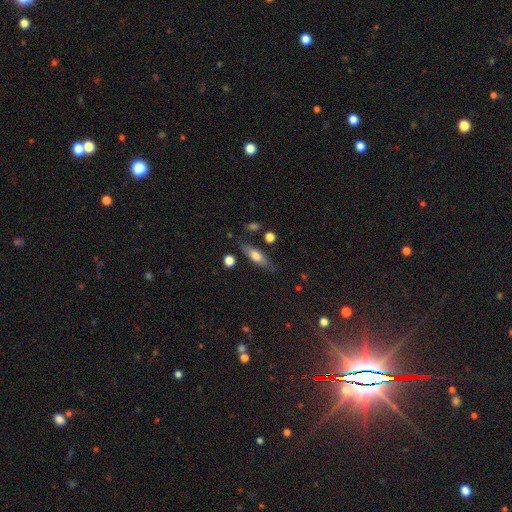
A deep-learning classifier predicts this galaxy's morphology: This is likely a smooth galaxy (63%). How rounded: possibly in between (51%). Merging: likely none (77%).